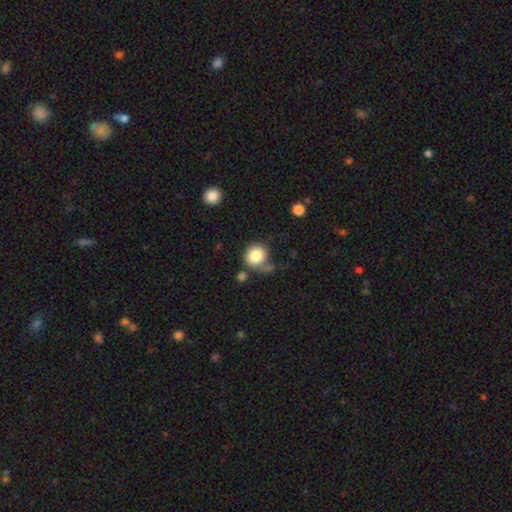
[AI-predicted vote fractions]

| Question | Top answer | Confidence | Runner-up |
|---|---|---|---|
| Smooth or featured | smooth | 83% | star or artifact (9%) |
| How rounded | round | 87% | in between (12%) |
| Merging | none | 58% | minor disturbance (18%) |